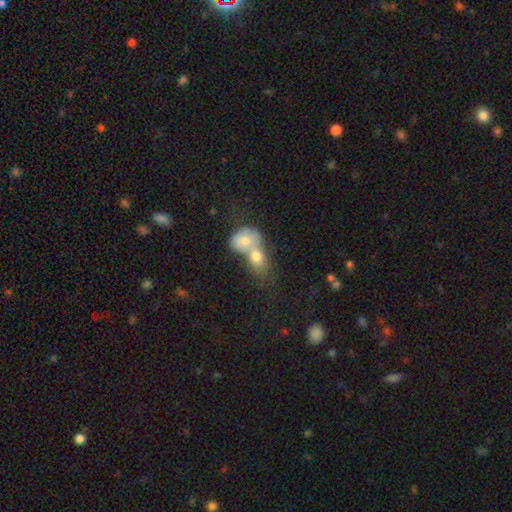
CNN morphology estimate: This is possibly a smooth galaxy (59%). How rounded: possibly in between (51%). Merging: likely merger (71%).